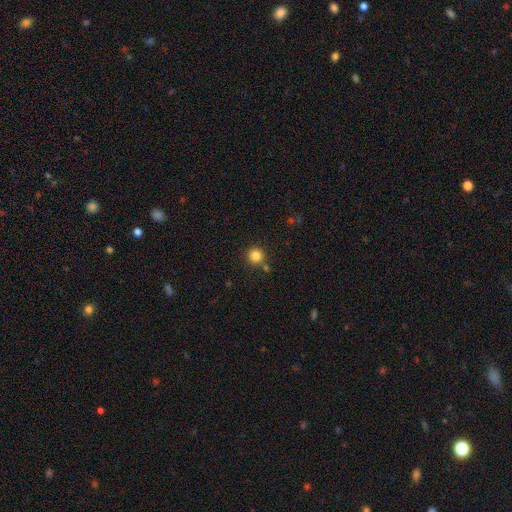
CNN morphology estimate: Smooth or featured? Predicted: smooth (p=0.83). How rounded? Predicted: round (p=0.95). Merging? Predicted: none (p=0.84).